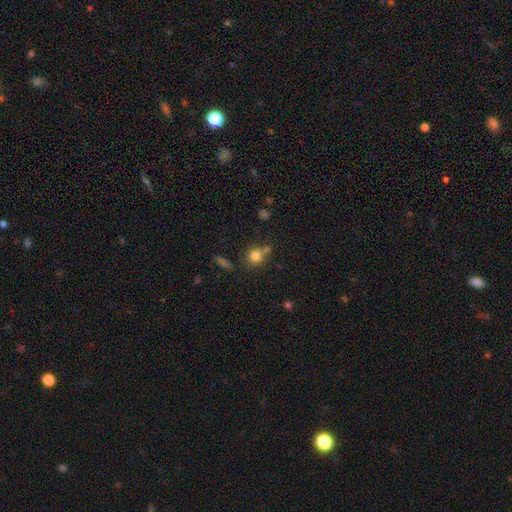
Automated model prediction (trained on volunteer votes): The model was most divided on "merging": none: 60%, merger: 23%, minor disturbance: 13%, major disturbance: 5%. More confident: how rounded — round (86%); smooth or featured — smooth (82%).